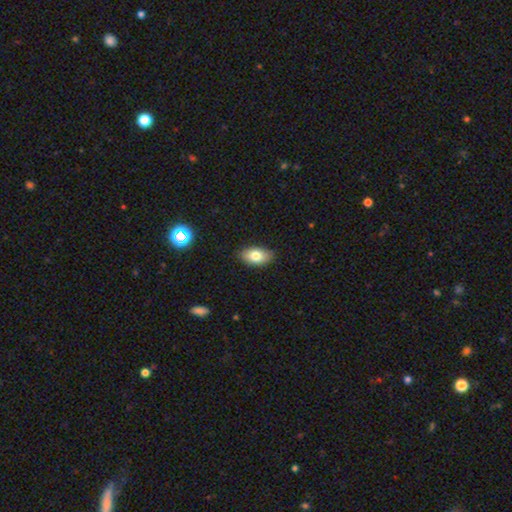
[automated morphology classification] Smooth or featured?
  - smooth: 79% *
  - featured or disk: 13%
  - star or artifact: 8%
How rounded?
  - in between: 91% *
  - round: 7%
  - cigar-shaped: 2%
Merging?
  - none: 86% *
  - minor disturbance: 11%
  - major disturbance: 2%
  - merger: 1%